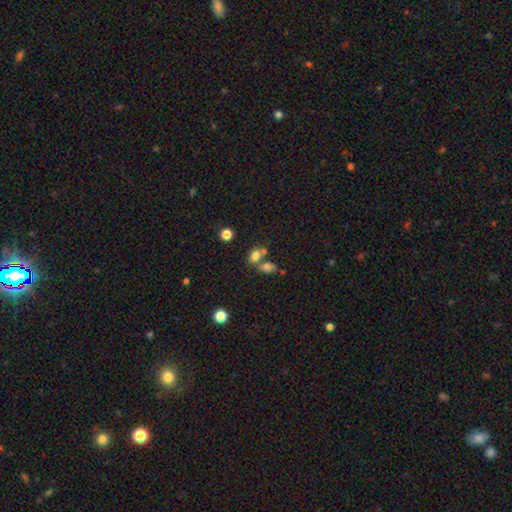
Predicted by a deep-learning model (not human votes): The model was most divided on "merging": merger: 47%, none: 39%, minor disturbance: 10%, major disturbance: 5%. More confident: smooth or featured — smooth (76%); how rounded — in between (71%).